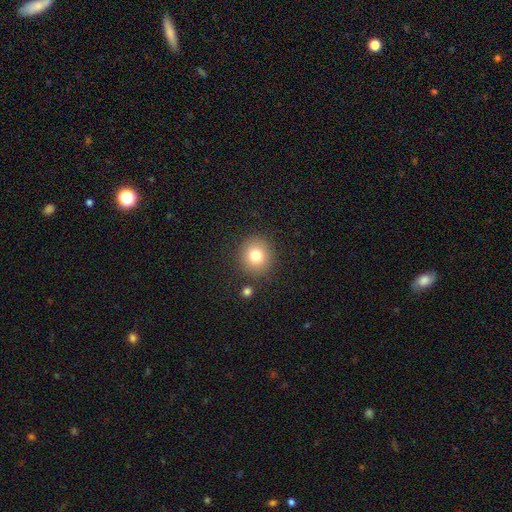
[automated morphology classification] smooth 78%, star or artifact 12%, featured or disk 10%. Down the decision tree: how rounded — round (88%); merging — none (86%).